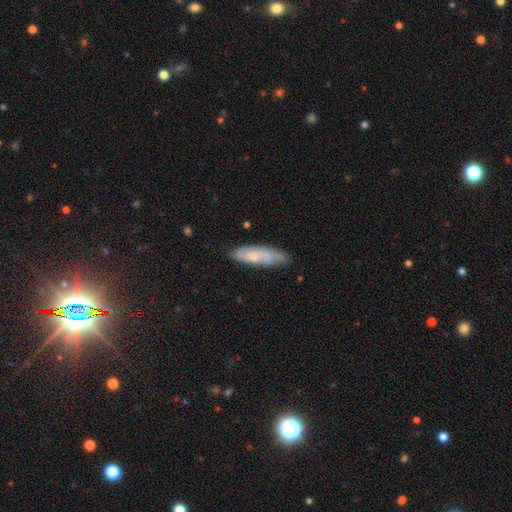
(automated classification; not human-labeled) Q: Smooth or featured?
A: smooth (48%); runner-up: featured or disk (45%)
Q: Merging?
A: none (64%); runner-up: minor disturbance (27%)